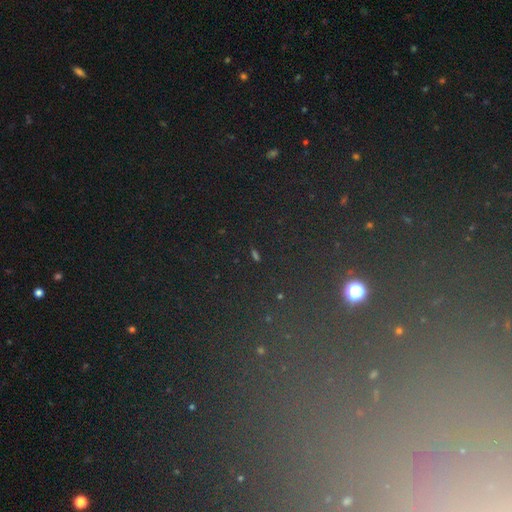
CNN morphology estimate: A star or artifact, not a galaxy (65%).

Vote fractions:
- Smooth or featured? star or artifact: 65% / smooth: 23% / featured or disk: 13%